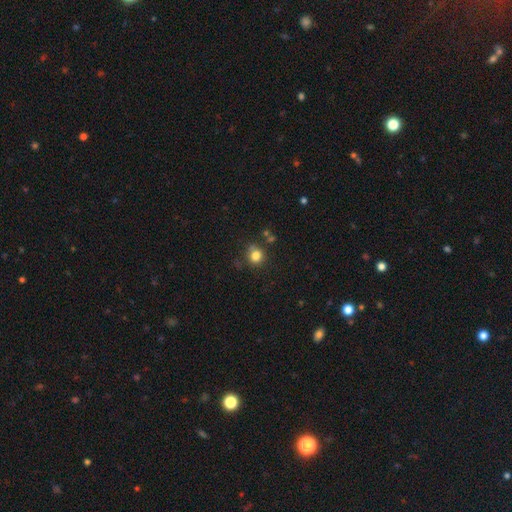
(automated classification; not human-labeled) Smooth or featured? Predicted: smooth (p=0.81). How rounded? Predicted: round (p=0.88). Merging? Predicted: none (p=0.76).